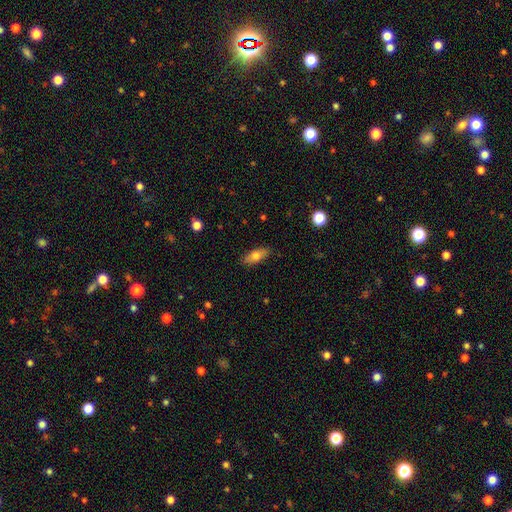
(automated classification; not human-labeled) A smooth galaxy with no disk features (72%) that is in between round and cigar-shaped (75%).

Vote fractions:
- Smooth or featured? smooth: 72% / featured or disk: 20% / star or artifact: 7%
- How rounded? in between: 75% / cigar-shaped: 21% / round: 3%
- Merging? none: 86% / minor disturbance: 11% / major disturbance: 2% / merger: 1%